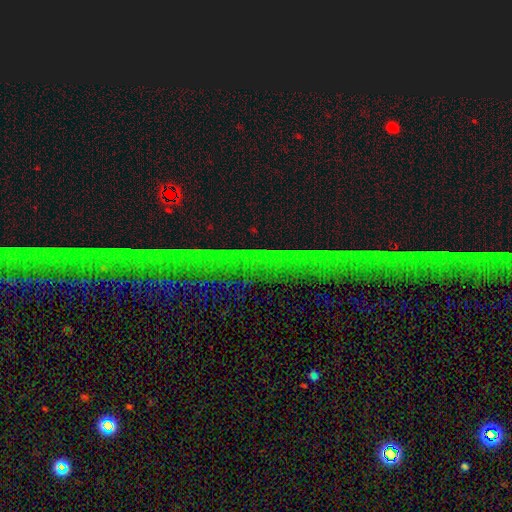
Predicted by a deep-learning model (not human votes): This is clearly a star or artifact rather than a galaxy (86%).